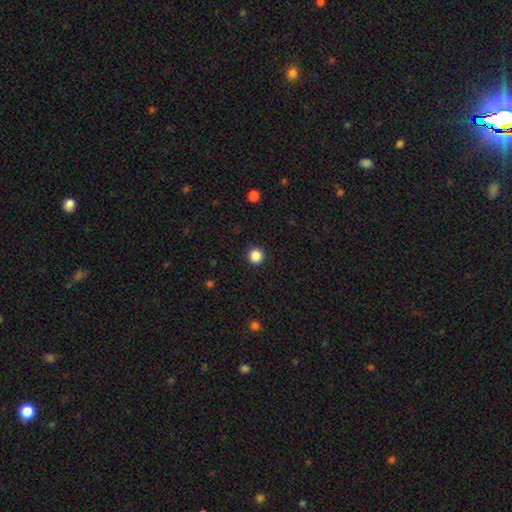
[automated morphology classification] This is clearly a smooth galaxy (86%). How rounded: clearly round (96%). Merging: clearly none (93%).